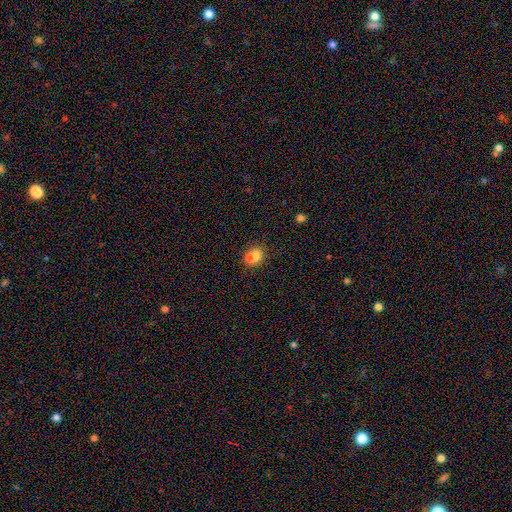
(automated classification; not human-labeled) Morphology: type=smooth (71%); roundness=round (57%); merging=merger (50%).